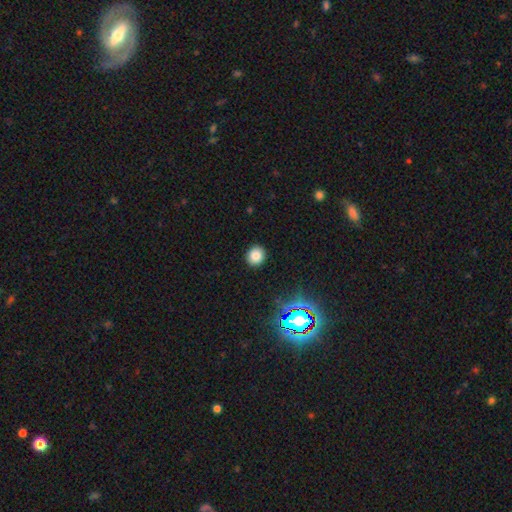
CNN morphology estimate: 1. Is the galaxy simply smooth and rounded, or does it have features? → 81% smooth, 14% star or artifact, 5% featured or disk.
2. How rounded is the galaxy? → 83% round, 16% in between, 1% cigar-shaped.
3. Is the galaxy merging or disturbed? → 92% none, 5% minor disturbance, 2% major disturbance, 1% merger.